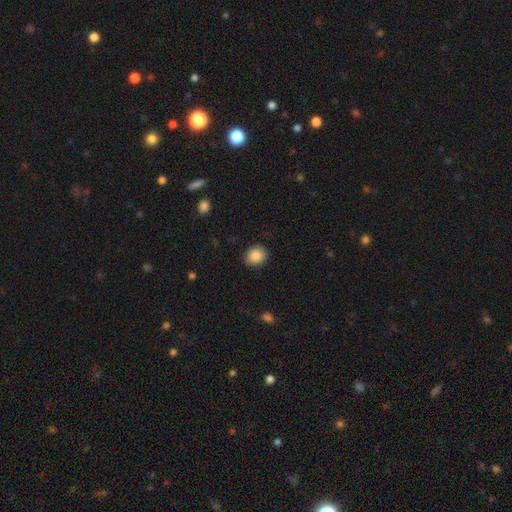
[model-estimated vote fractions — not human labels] A smooth galaxy with no disk features (88%) that is round (52%).

Vote fractions:
- Smooth or featured? smooth: 88% / star or artifact: 8% / featured or disk: 4%
- How rounded? round: 52% / in between: 47% / cigar-shaped: 1%
- Merging? none: 85% / minor disturbance: 11% / major disturbance: 3% / merger: 1%